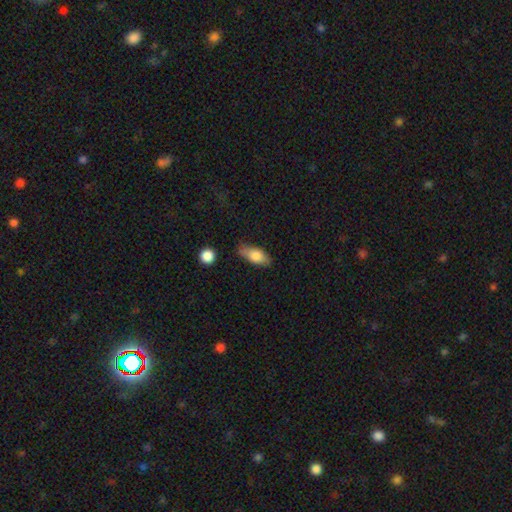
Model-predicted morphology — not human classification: smooth 76%, featured or disk 17%, star or artifact 7%. Down the decision tree: how rounded — in between (81%); merging — none (71%).